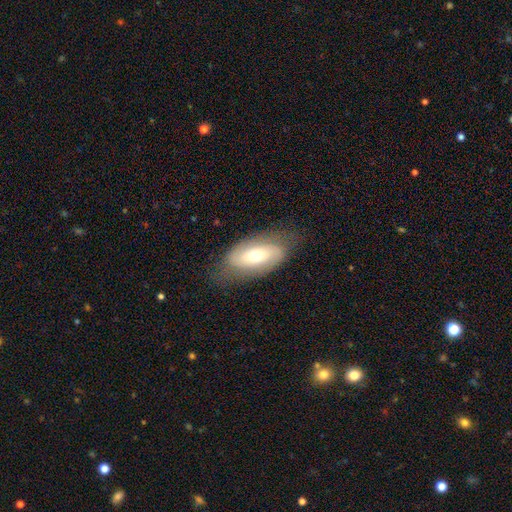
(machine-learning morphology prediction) smooth_or_featured: featured or disk (p=0.49) [alt: smooth p=0.44]
merging: none (p=0.70) [alt: minor disturbance p=0.20]